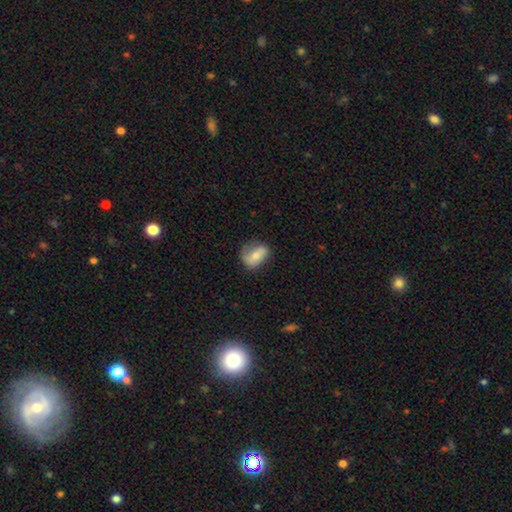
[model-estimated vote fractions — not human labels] smooth_or_featured: smooth (p=0.55) [alt: featured or disk p=0.38]
how_rounded: in between (p=0.73) [alt: round p=0.24]
merging: none (p=0.59) [alt: minor disturbance p=0.28]